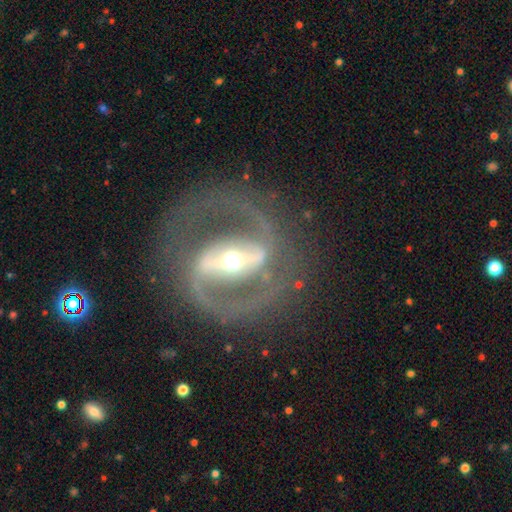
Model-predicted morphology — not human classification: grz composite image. It shows a featured or disk galaxy (87%) with a strong bar (75%), 2 (88%) medium (50%) spiral arms (76%) and a moderate central bulge (63%). Merging: none (73%).